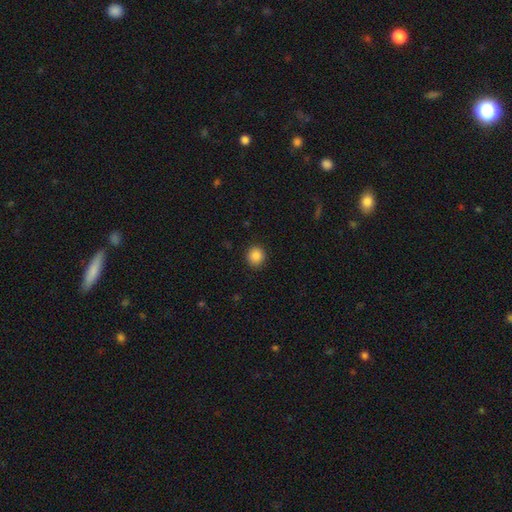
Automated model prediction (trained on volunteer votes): A smooth galaxy with no disk features (87%) that is round (90%).

Vote fractions:
- Smooth or featured? smooth: 87% / star or artifact: 9% / featured or disk: 3%
- How rounded? round: 90% / in between: 9% / cigar-shaped: 1%
- Merging? none: 91% / minor disturbance: 6% / major disturbance: 2% / merger: 1%